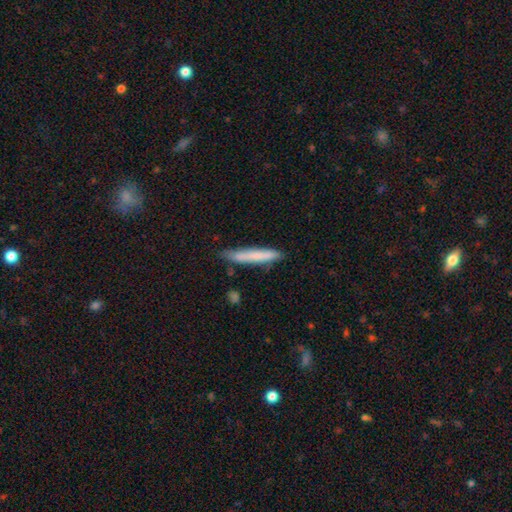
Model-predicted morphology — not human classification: This appears to be a smooth galaxy with no disk features (72%) that is cigar-shaped (95%). Merging: none (80%).